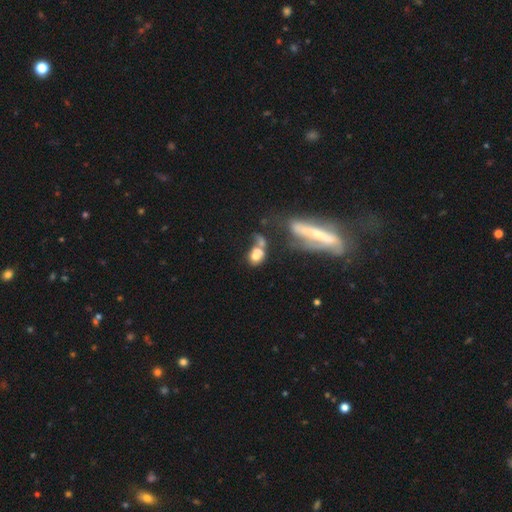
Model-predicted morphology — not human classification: type=smooth (61%); roundness=round (55%); merging=merger (49%).